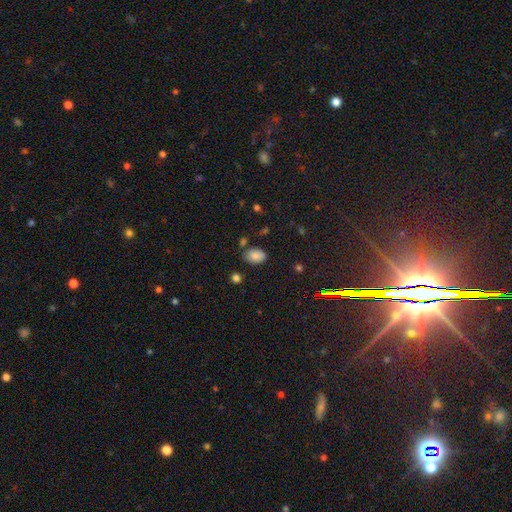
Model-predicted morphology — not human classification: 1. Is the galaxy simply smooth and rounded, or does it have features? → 81% smooth, 11% star or artifact, 8% featured or disk.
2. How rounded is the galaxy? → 85% in between, 14% round, 1% cigar-shaped.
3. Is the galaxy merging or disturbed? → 70% none, 19% minor disturbance, 6% merger, 4% major disturbance.